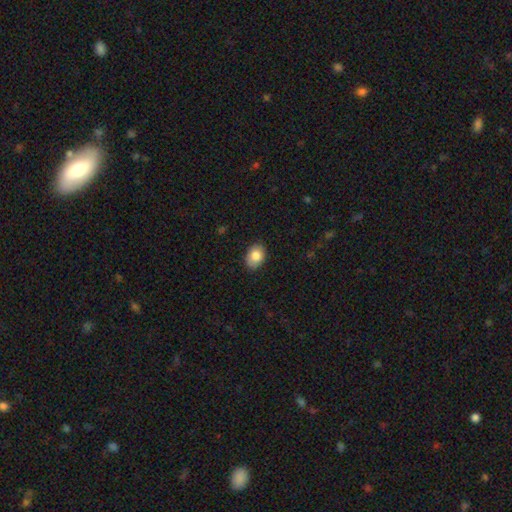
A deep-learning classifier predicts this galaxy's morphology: Q: Smooth or featured?
A: smooth (84%); runner-up: featured or disk (9%)
Q: How rounded?
A: in between (77%); runner-up: round (22%)
Q: Merging?
A: none (85%); runner-up: minor disturbance (11%)